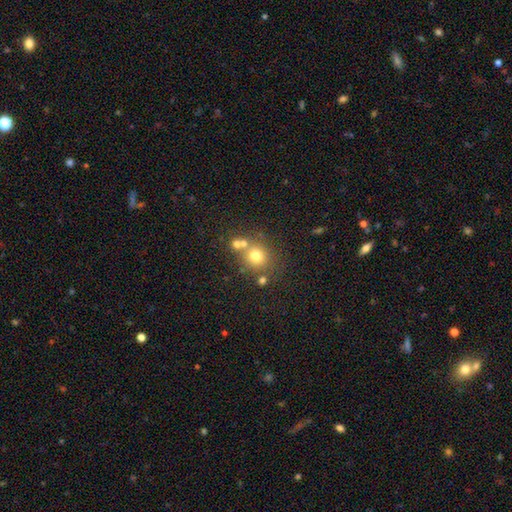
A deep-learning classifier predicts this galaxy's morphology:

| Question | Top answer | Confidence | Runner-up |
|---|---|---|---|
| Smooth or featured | smooth | 70% | star or artifact (17%) |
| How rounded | round | 85% | in between (14%) |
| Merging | none | 61% | merger (26%) |